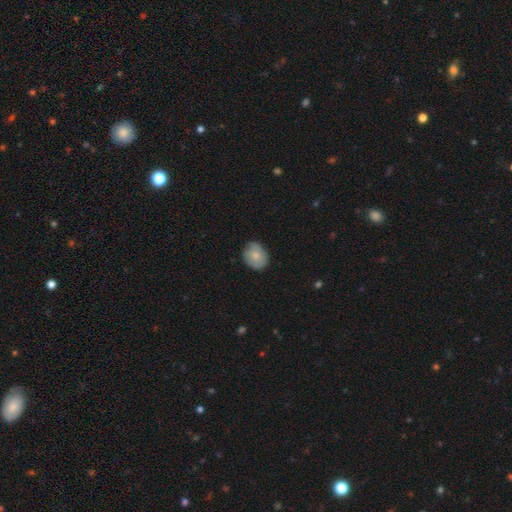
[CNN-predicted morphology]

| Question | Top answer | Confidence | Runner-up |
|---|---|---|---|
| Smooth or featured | smooth | 75% | featured or disk (18%) |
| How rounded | in between | 51% | round (48%) |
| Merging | none | 78% | minor disturbance (18%) |